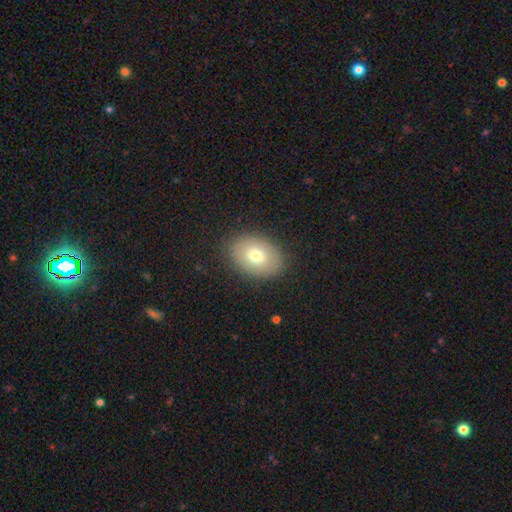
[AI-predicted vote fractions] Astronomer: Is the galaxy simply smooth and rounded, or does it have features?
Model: smooth — 72%.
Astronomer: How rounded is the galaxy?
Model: in between — 77%.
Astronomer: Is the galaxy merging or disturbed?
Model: none — 86%.